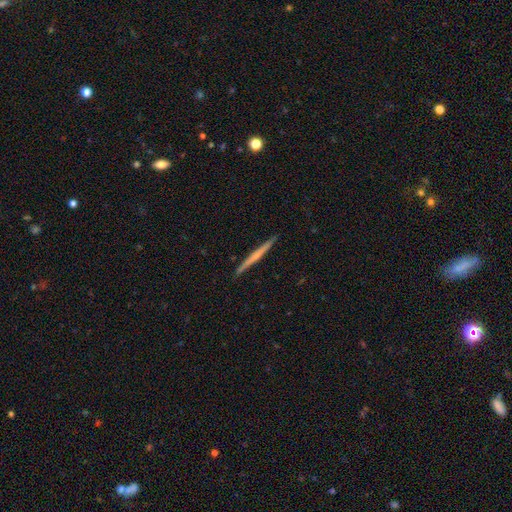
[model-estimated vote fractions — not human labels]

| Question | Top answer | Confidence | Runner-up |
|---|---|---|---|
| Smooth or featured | featured or disk | 53% | smooth (42%) |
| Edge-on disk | yes | 98% | no (2%) |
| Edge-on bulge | none | 77% | rounded (16%) |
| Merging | none | 92% | minor disturbance (6%) |